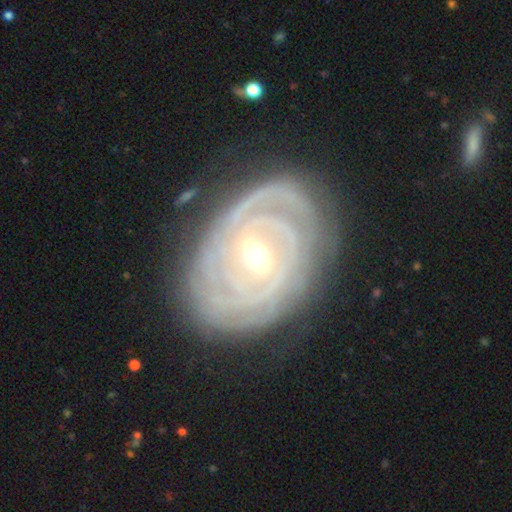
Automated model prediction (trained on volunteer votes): A featured or disk galaxy (90%) with no bar (42%), tight (87%) spiral arms (97%) and a moderate central bulge (56%).

Vote fractions:
- Smooth or featured? featured or disk: 90% / smooth: 5% / star or artifact: 5%
- Edge-on disk? no: 96% / yes: 4%
- Bar? no: 42% / weak: 39% / strong: 19%
- Spiral arms? yes: 97% / no: 3%
- Spiral winding? tight: 87% / medium: 11% / loose: 2%
- Spiral arm count? can't tell: 26% / 2: 23% / 3: 21% / 4: 14% / more than 4: 9% / 1: 7%
- Bulge size? moderate: 56% / small: 40% / large: 2% / dominant: 1% / none: 1%
- Merging? none: 81% / minor disturbance: 14% / major disturbance: 4% / merger: 1%